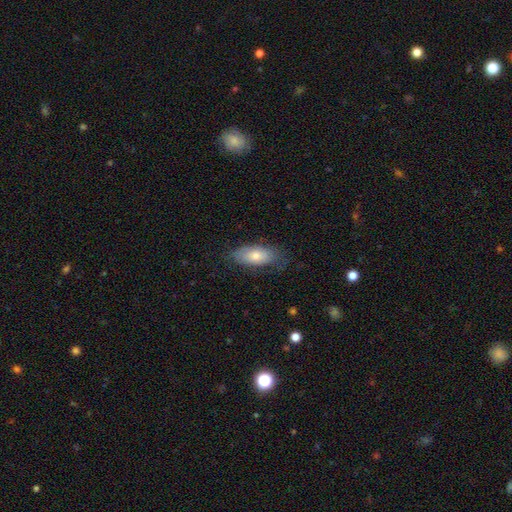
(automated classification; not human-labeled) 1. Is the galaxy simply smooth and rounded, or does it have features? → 74% smooth, 20% featured or disk, 6% star or artifact.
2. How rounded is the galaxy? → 87% in between, 10% cigar-shaped, 3% round.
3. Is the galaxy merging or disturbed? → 69% none, 23% minor disturbance, 7% major disturbance, 1% merger.